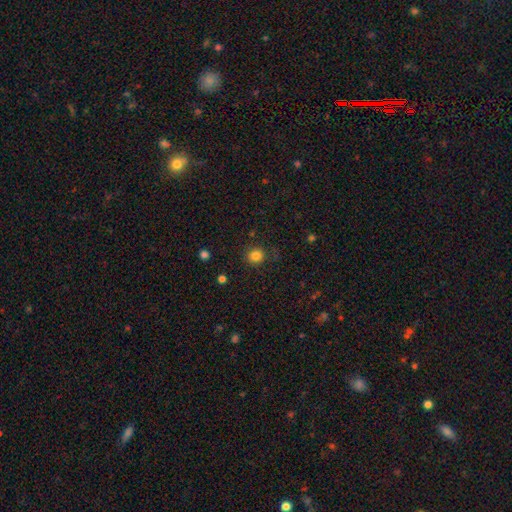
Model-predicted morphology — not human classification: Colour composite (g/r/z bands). It shows a smooth galaxy with no disk features (82%) that is round (89%). Merging: none (84%).